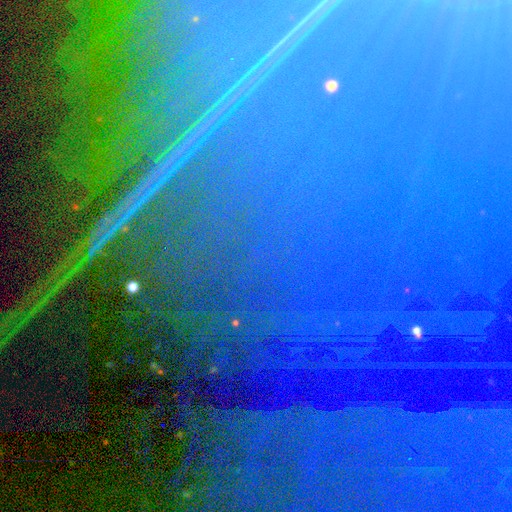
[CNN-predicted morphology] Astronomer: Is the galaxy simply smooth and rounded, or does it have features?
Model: star or artifact — 85%.